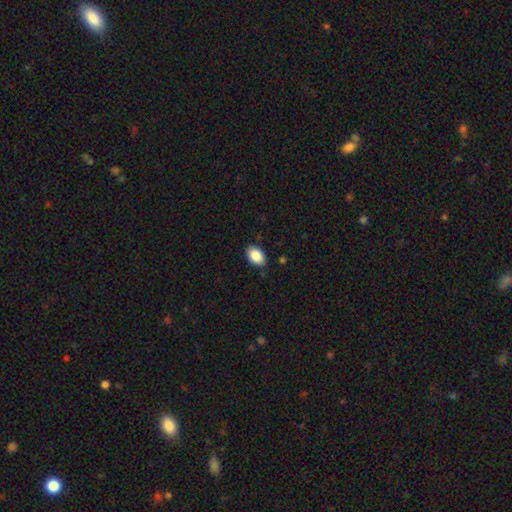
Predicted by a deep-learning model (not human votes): smooth_or_featured: smooth (p=0.88) [alt: star or artifact p=0.07]
how_rounded: in between (p=0.87) [alt: round p=0.12]
merging: none (p=0.85) [alt: minor disturbance p=0.12]